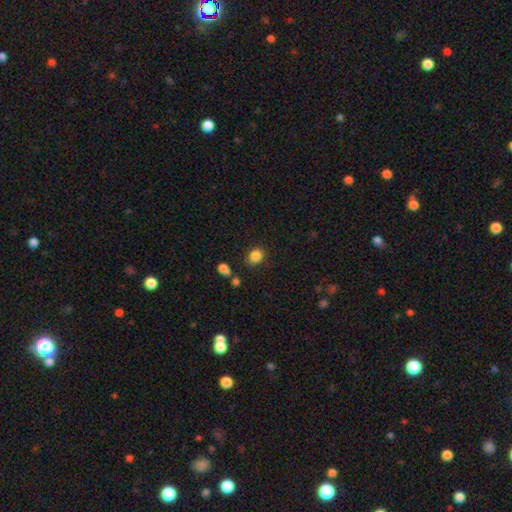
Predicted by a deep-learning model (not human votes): Morphology: type=smooth (85%); roundness=round (57%); merging=none (78%).